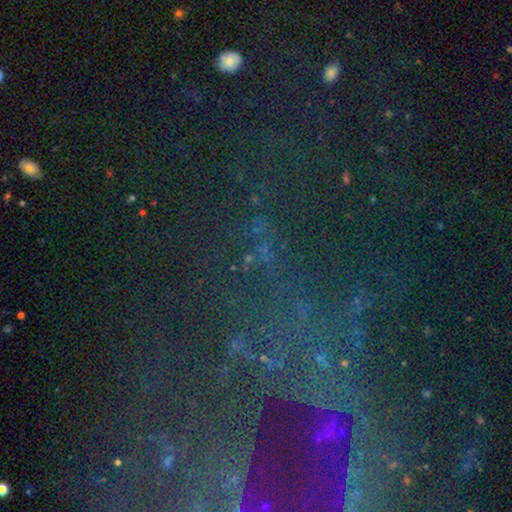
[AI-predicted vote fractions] smooth-or-featured: star or artifact: 68% | featured or disk: 19% | smooth: 13%